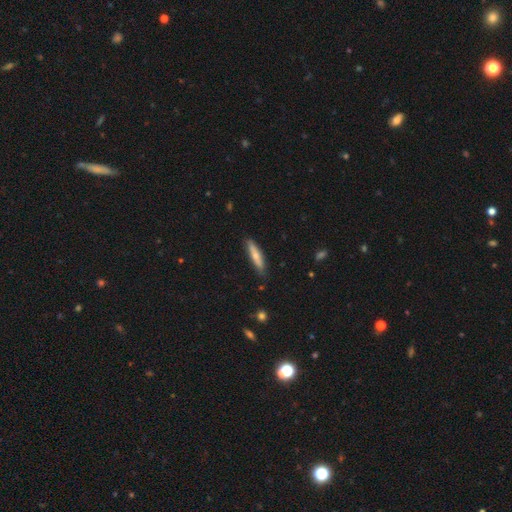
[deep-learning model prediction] smooth 57%, featured or disk 37%, star or artifact 6%. Down the decision tree: how rounded — cigar-shaped (82%); merging — none (84%).